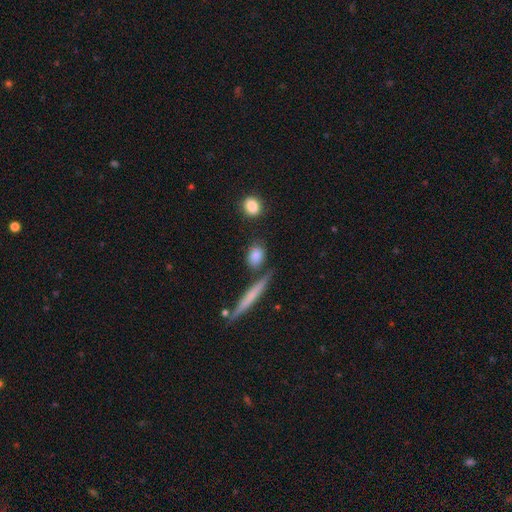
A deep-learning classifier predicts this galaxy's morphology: A smooth galaxy with no disk features (81%) that is in between round and cigar-shaped (49%).

Vote fractions:
- Smooth or featured? smooth: 81% / featured or disk: 11% / star or artifact: 8%
- How rounded? in between: 49% / round: 39% / cigar-shaped: 12%
- Merging? none: 69% / minor disturbance: 15% / merger: 10% / major disturbance: 5%